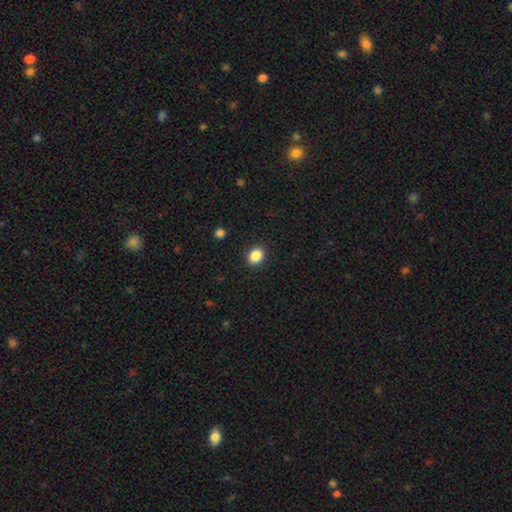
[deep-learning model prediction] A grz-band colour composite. It shows a smooth galaxy with no disk features (87%) that is round (62%). Merging: none (91%).